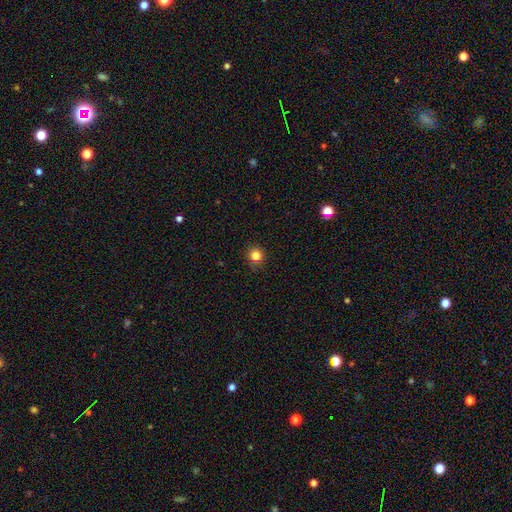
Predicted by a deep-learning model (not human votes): smooth-or-featured: smooth: 83% | star or artifact: 13% | featured or disk: 5%
  how-rounded: round: 91% | in between: 8% | cigar-shaped: 1%
  merging: none: 87% | minor disturbance: 10% | major disturbance: 2% | merger: 1%